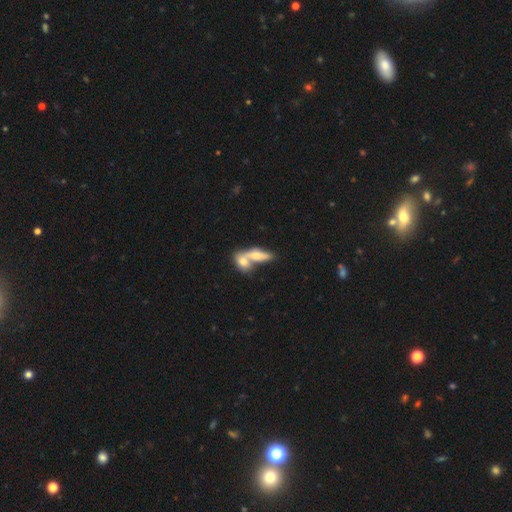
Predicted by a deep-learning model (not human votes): smooth 62%, featured or disk 31%, star or artifact 8%. Down the decision tree: how rounded — in between (66%); merging — merger (67%).